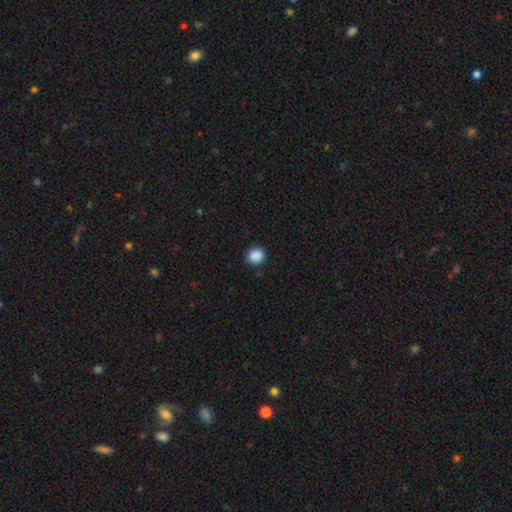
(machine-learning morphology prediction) Smooth or featured? Predicted: smooth (p=0.88). How rounded? Predicted: round (p=0.86). Merging? Predicted: none (p=0.89).